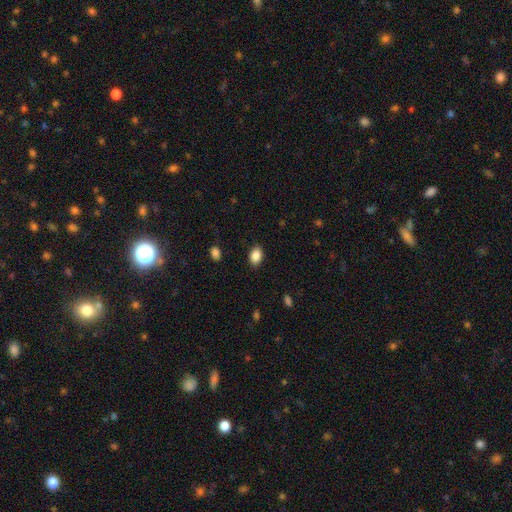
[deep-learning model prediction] Smooth or featured: smooth — 88% (star or artifact — 8%)
How rounded: in between — 83% (round — 16%)
Merging: none — 87% (minor disturbance — 9%)